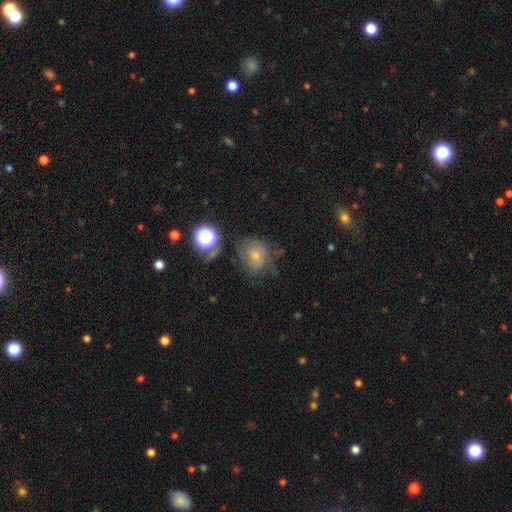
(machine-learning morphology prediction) smooth 49%, featured or disk 36%, star or artifact 15%. Down the decision tree: merging — none (48%).